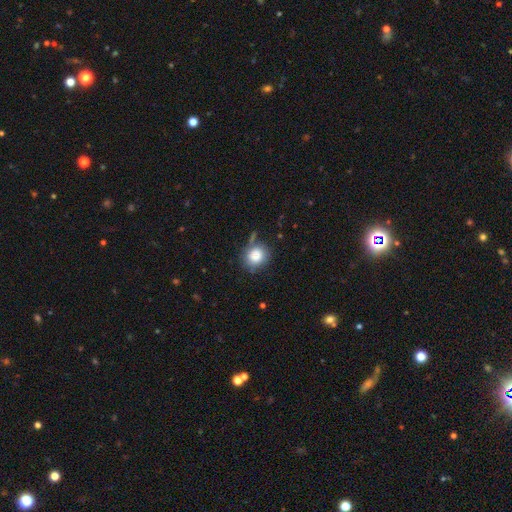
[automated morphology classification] The model was most divided on "merging": none: 68%, minor disturbance: 19%, major disturbance: 6%, merger: 6%. More confident: smooth or featured — smooth (83%); how rounded — round (82%).